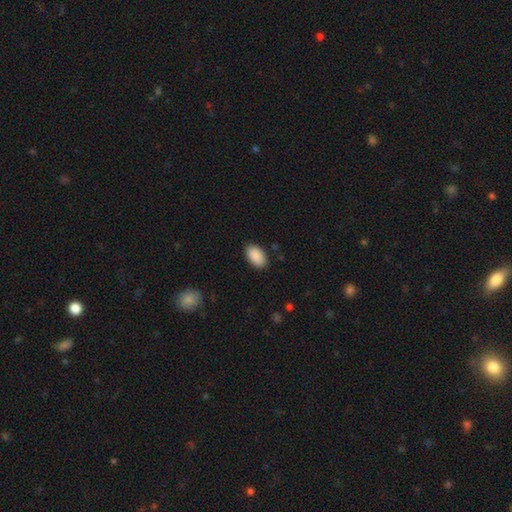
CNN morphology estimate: This appears to be a smooth galaxy with no disk features (91%) that is in between round and cigar-shaped (94%). Merging: none (88%).